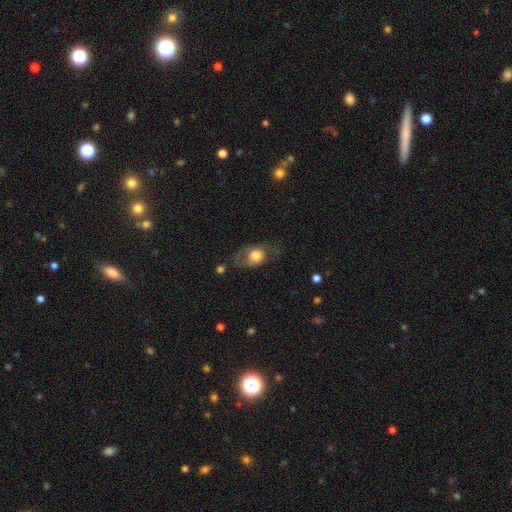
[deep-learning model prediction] Smooth or featured: smooth — 56% (featured or disk — 36%)
How rounded: in between — 63% (round — 35%)
Merging: none — 54% (minor disturbance — 24%)